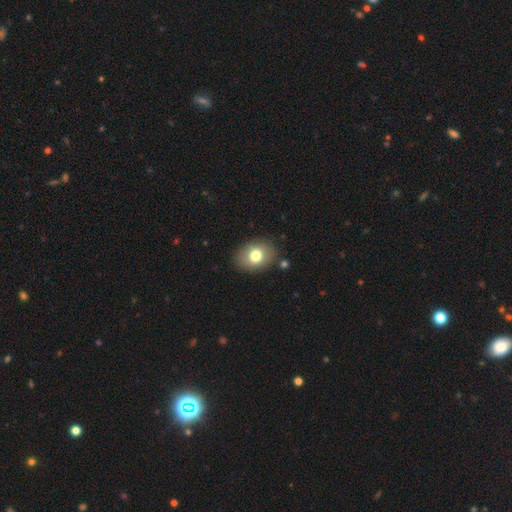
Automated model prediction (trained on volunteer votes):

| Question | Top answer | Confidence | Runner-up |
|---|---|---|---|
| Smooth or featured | smooth | 76% | featured or disk (15%) |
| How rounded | in between | 70% | round (29%) |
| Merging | none | 85% | minor disturbance (10%) |